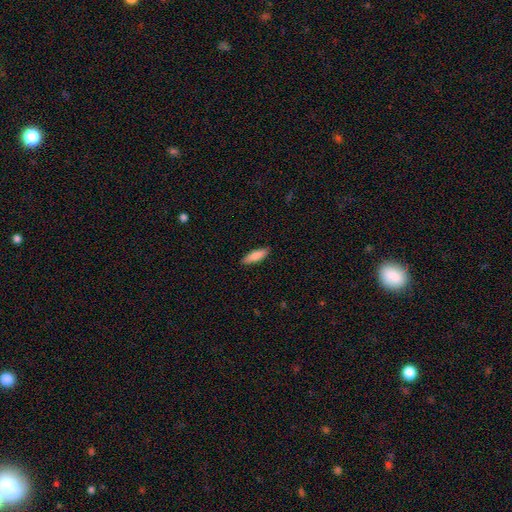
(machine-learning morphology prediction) smooth_or_featured: smooth (p=0.85) [alt: featured or disk p=0.09]
how_rounded: cigar-shaped (p=0.54) [alt: in between p=0.45]
merging: none (p=0.88) [alt: minor disturbance p=0.09]